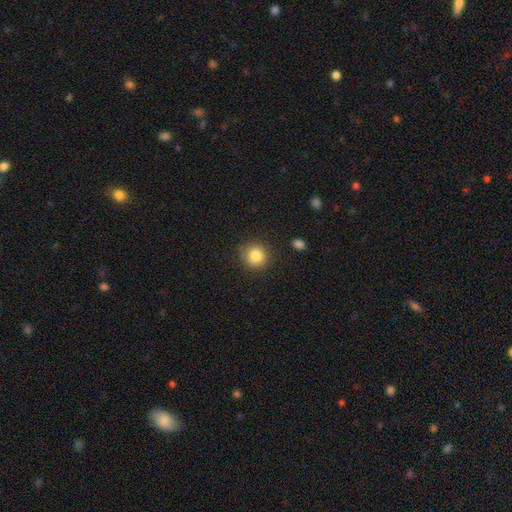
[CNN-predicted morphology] Smooth or featured: smooth — 83% (star or artifact — 10%)
How rounded: round — 90% (in between — 9%)
Merging: none — 86% (minor disturbance — 10%)